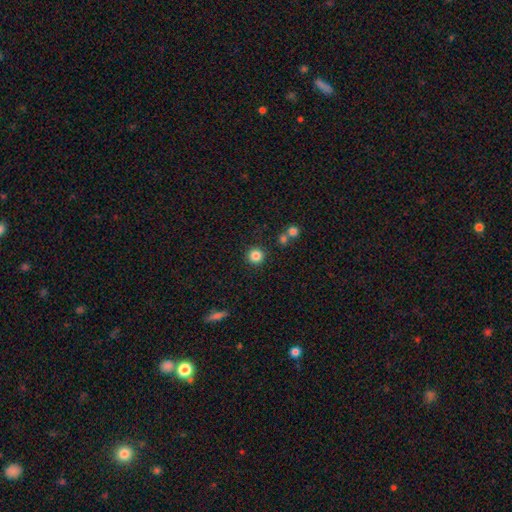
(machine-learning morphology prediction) A smooth galaxy with no disk features (84%) that is round (94%). Merging: none (88%).